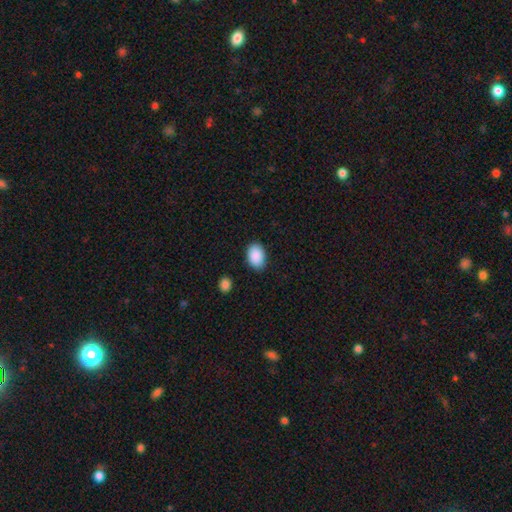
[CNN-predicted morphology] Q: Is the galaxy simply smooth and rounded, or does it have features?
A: smooth — 91%.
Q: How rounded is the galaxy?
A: in between — 88%.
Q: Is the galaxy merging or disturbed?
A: none — 87%.